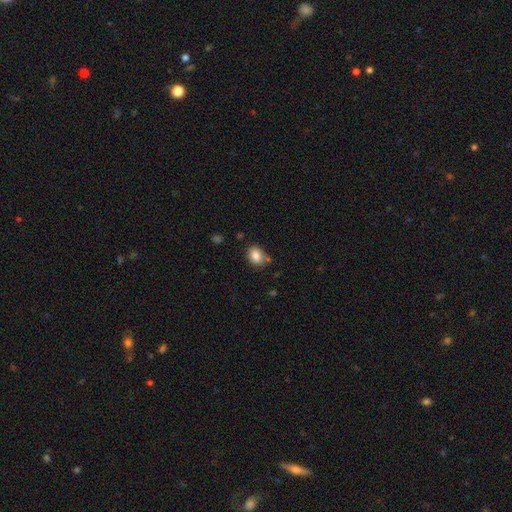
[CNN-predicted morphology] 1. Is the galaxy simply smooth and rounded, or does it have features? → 85% smooth, 9% star or artifact, 6% featured or disk.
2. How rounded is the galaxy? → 59% in between, 40% round, 1% cigar-shaped.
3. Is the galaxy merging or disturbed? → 77% none, 14% minor disturbance, 6% merger, 3% major disturbance.